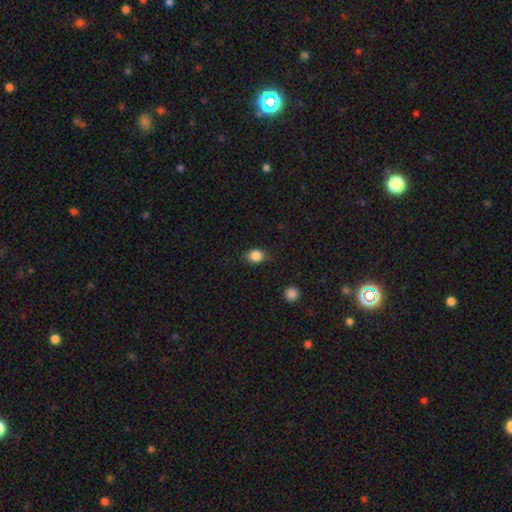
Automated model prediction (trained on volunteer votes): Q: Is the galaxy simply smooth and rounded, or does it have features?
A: smooth — 85%.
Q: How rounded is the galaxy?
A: round — 54%.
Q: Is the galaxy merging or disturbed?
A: none — 79%.